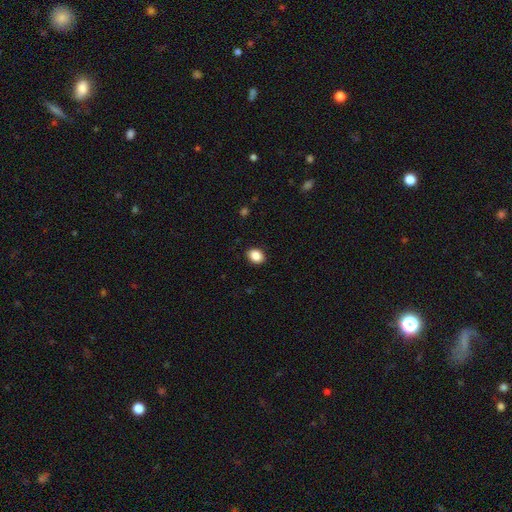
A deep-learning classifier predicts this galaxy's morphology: Smooth or featured? smooth (88%)
How rounded? in between (57%)
Merging? none (89%)